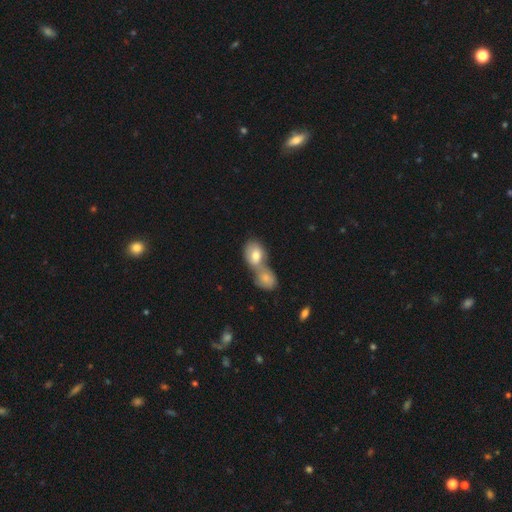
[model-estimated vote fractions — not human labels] smooth_or_featured: smooth (p=0.75) [alt: featured or disk p=0.18]
how_rounded: in between (p=0.71) [alt: round p=0.27]
merging: merger (p=0.73) [alt: none p=0.18]